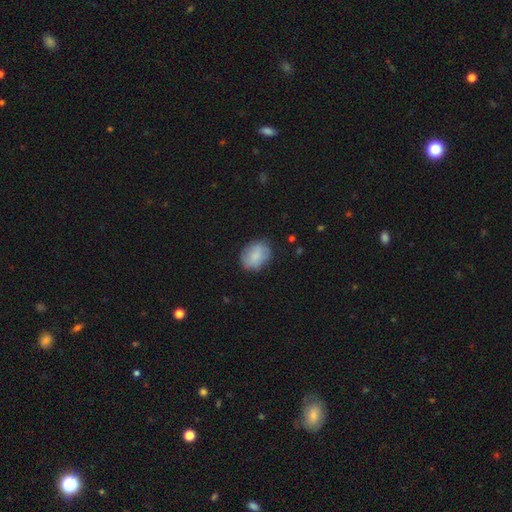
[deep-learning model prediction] smooth-or-featured: smooth: 79% | featured or disk: 15% | star or artifact: 7%
  how-rounded: in between: 54% | round: 44% | cigar-shaped: 1%
  merging: none: 75% | minor disturbance: 19% | major disturbance: 5% | merger: 1%